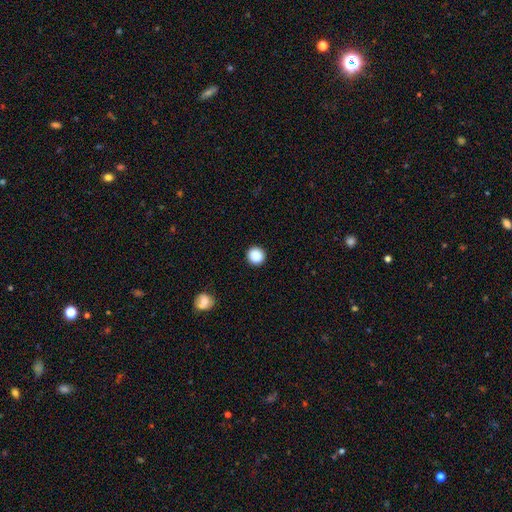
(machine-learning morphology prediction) A smooth galaxy with no disk features (89%) that is round (95%). Merging: none (93%).